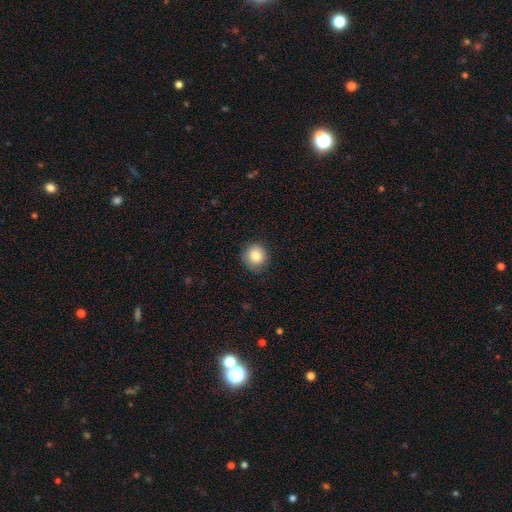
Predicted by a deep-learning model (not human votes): Smooth or featured?
  - smooth: 85% *
  - star or artifact: 9%
  - featured or disk: 6%
How rounded?
  - round: 91% *
  - in between: 8%
  - cigar-shaped: 1%
Merging?
  - none: 86% *
  - minor disturbance: 10%
  - major disturbance: 2%
  - merger: 1%